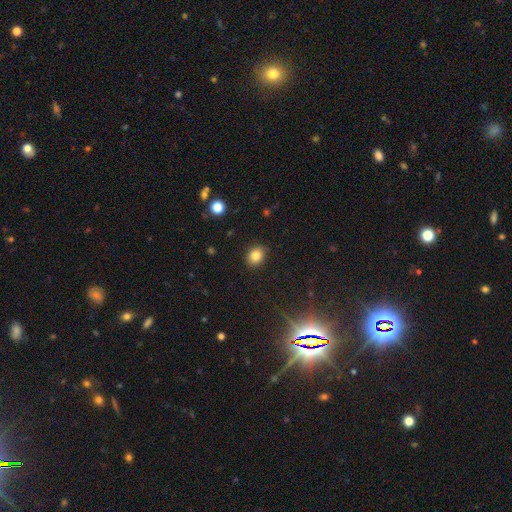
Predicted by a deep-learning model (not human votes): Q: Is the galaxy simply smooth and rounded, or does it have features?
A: smooth — 83%.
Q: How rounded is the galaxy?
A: round — 60%.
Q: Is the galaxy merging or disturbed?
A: none — 89%.